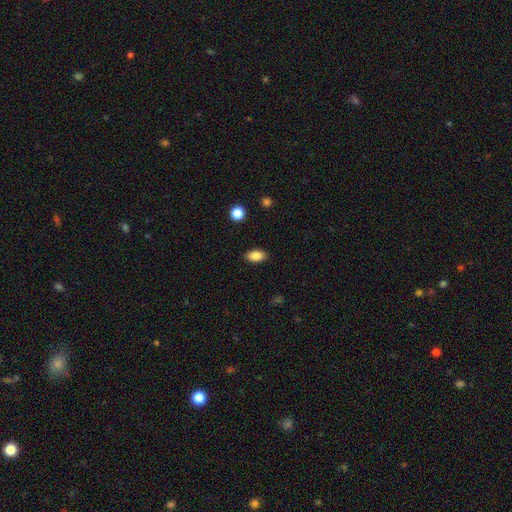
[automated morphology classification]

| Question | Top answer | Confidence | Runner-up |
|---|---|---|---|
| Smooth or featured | smooth | 86% | star or artifact (9%) |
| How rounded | in between | 90% | round (7%) |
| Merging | none | 88% | minor disturbance (9%) |